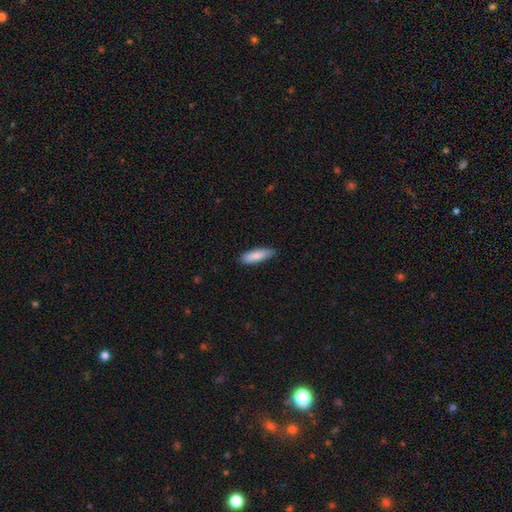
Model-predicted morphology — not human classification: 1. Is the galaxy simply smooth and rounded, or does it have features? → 86% smooth, 8% featured or disk, 5% star or artifact.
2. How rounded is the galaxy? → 53% cigar-shaped, 45% in between, 2% round.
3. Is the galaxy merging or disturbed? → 85% none, 12% minor disturbance, 2% major disturbance, 1% merger.